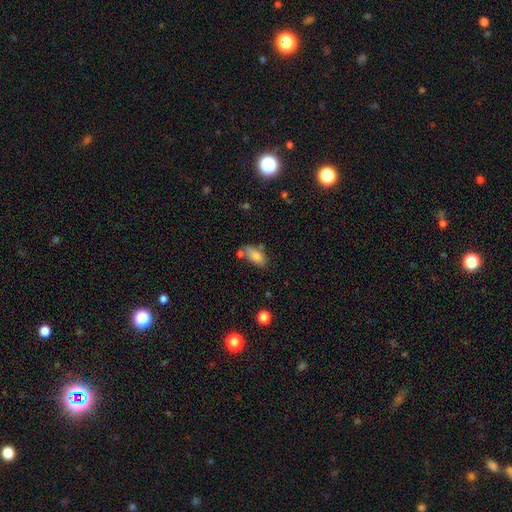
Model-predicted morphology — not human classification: This is clearly a smooth galaxy (80%). How rounded: clearly in between (89%). Merging: possibly none (59%).